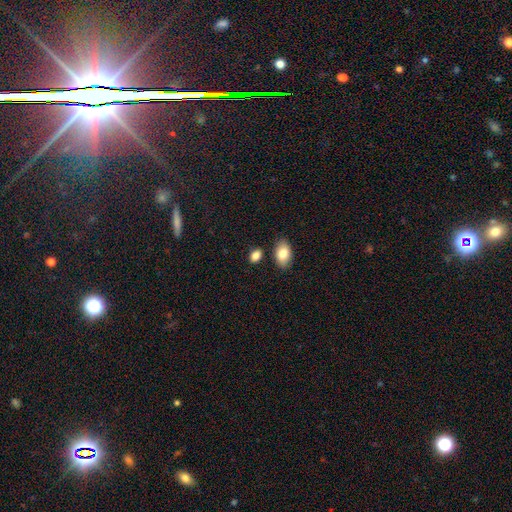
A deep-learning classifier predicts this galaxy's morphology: type=smooth (84%); roundness=in between (84%); merging=none (78%).